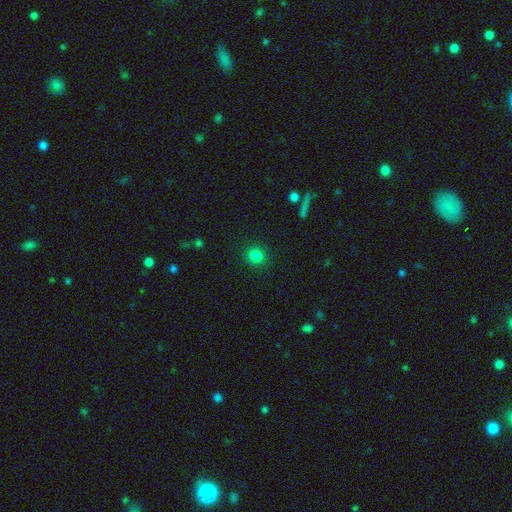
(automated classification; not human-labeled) Smooth or featured? smooth (83%)
How rounded? round (92%)
Merging? none (91%)